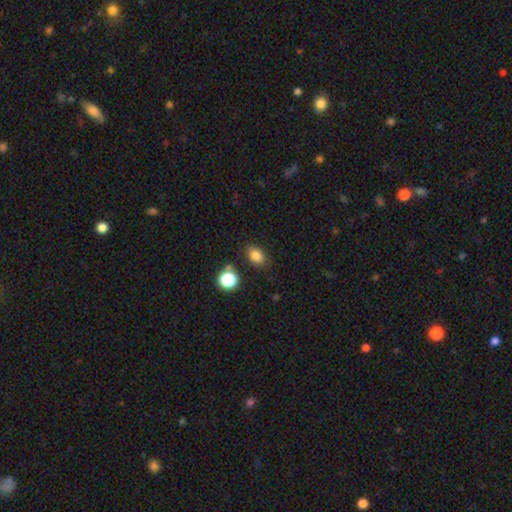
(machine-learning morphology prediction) type=smooth (82%); roundness=in between (71%); merging=none (83%).